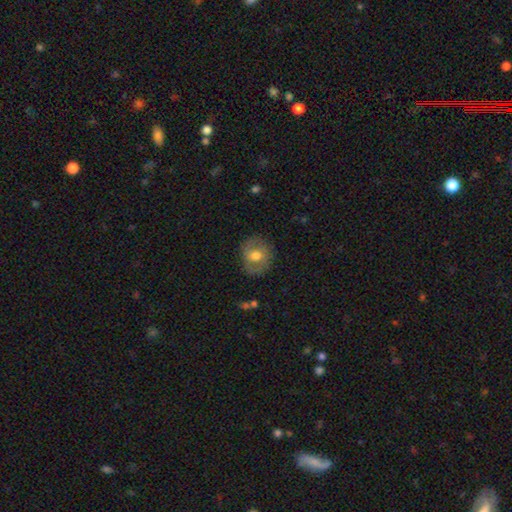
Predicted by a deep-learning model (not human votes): The model was most divided on "smooth or featured": smooth: 55%, featured or disk: 37%, star or artifact: 8%. More confident: merging — none (79%); how rounded — round (74%).